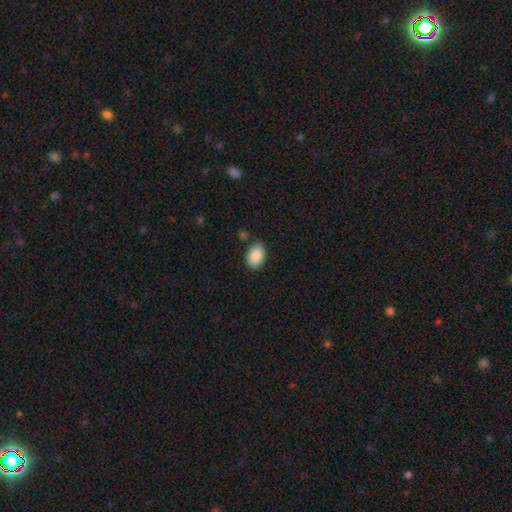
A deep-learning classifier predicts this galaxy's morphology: Smooth or featured? Predicted: smooth (p=0.88). How rounded? Predicted: in between (p=0.89). Merging? Predicted: none (p=0.83).